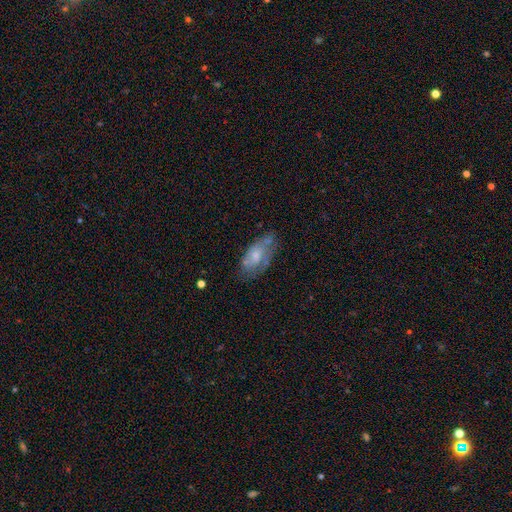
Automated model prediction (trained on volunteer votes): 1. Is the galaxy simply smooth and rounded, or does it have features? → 52% smooth, 41% featured or disk, 7% star or artifact.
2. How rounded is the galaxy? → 89% in between, 8% cigar-shaped, 3% round.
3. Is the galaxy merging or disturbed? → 52% none, 30% minor disturbance, 13% major disturbance, 5% merger.